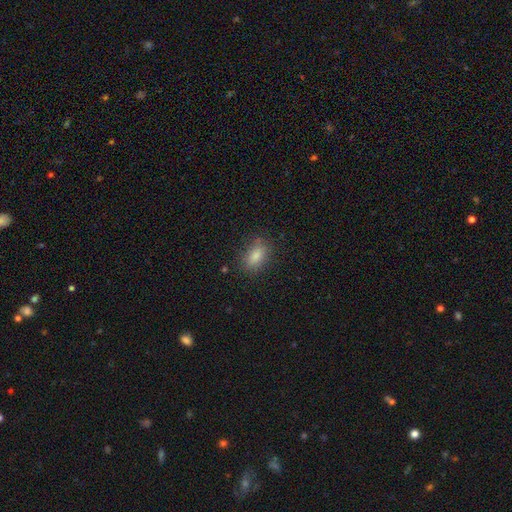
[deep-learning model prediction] Smooth or featured? Predicted: smooth (p=0.81). How rounded? Predicted: in between (p=0.84). Merging? Predicted: none (p=0.83).